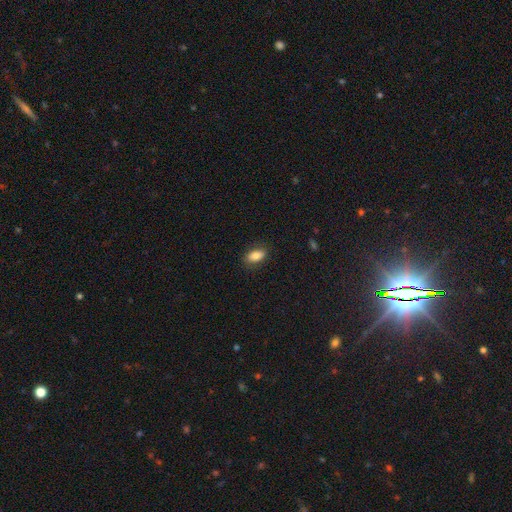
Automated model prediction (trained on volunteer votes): A smooth galaxy with no disk features (82%) that is in between round and cigar-shaped (88%). Merging: none (84%).